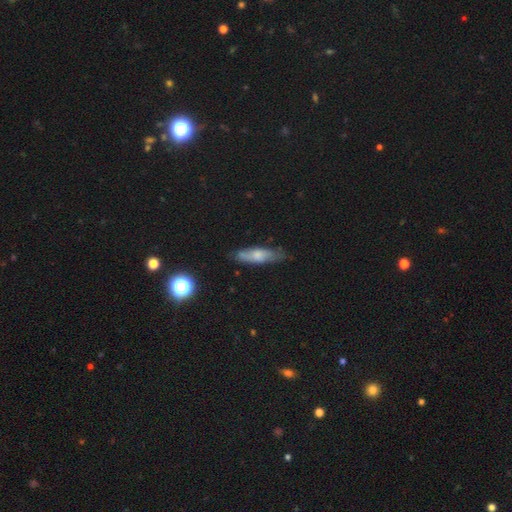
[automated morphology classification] Q: Smooth or featured?
A: smooth (58%); runner-up: featured or disk (34%)
Q: How rounded?
A: cigar-shaped (65%); runner-up: in between (33%)
Q: Merging?
A: none (73%); runner-up: minor disturbance (21%)